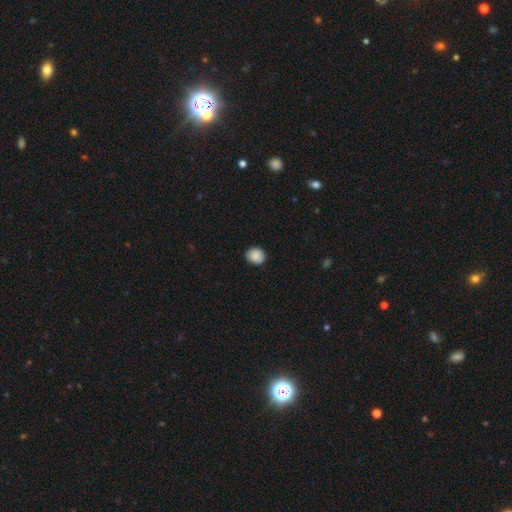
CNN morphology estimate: type=smooth (85%); roundness=round (73%); merging=none (82%).